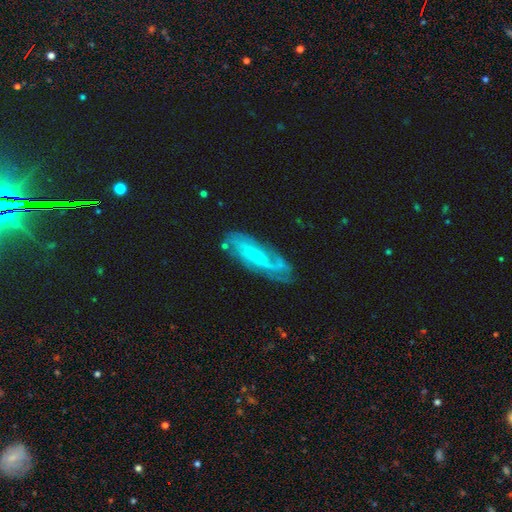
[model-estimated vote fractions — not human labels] A featured or disk galaxy (76%) with no bar (58%), 2 (41%) medium (41%) spiral arms (91%) and a small central bulge (77%). Merging: none (67%).